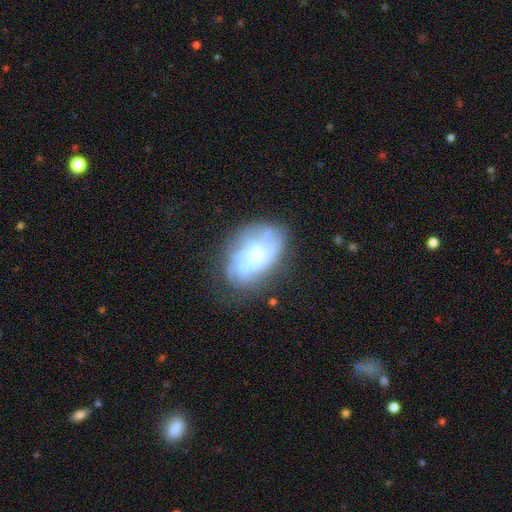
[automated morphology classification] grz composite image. It shows a featured or disk galaxy (66%) with no bar (66%), spiral arms (65%) and a small central bulge (45%). Merging: none (55%).